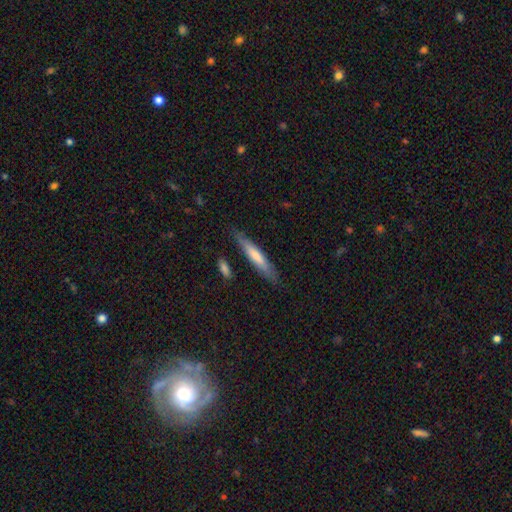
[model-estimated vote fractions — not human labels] Smooth or featured? smooth (64%)
How rounded? cigar-shaped (87%)
Merging? none (79%)